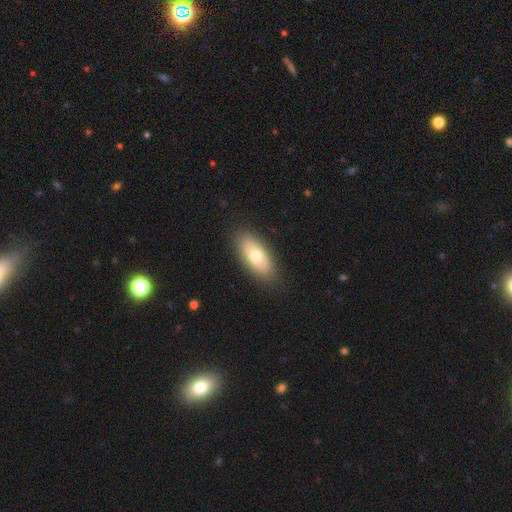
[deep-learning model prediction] smooth_or_featured: smooth (p=0.70) [alt: featured or disk p=0.24]
how_rounded: in between (p=0.84) [alt: cigar-shaped p=0.13]
merging: none (p=0.86) [alt: minor disturbance p=0.10]